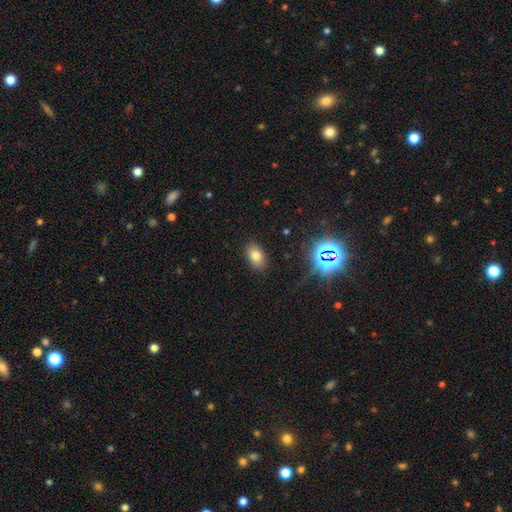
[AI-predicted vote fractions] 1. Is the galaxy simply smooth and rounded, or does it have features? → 74% smooth, 15% star or artifact, 11% featured or disk.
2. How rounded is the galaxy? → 88% in between, 11% round, 1% cigar-shaped.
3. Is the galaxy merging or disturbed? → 87% none, 9% minor disturbance, 3% major disturbance, 1% merger.